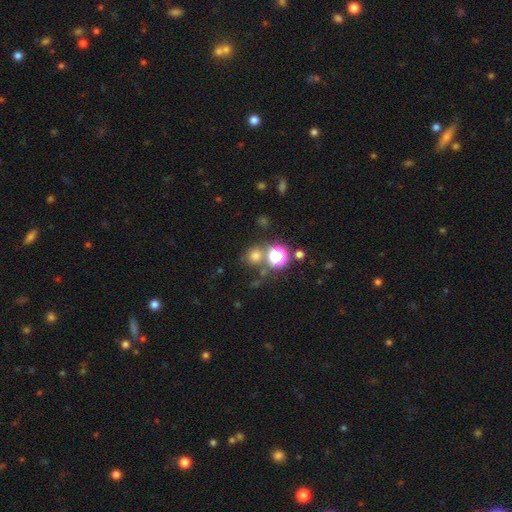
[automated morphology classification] This is likely a smooth galaxy (67%). How rounded: clearly round (88%). Merging: likely none (69%).